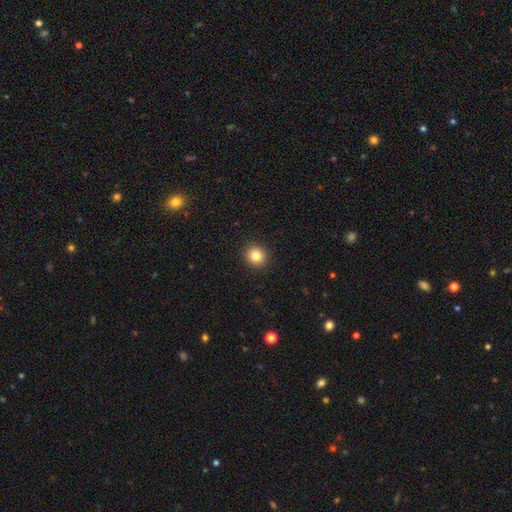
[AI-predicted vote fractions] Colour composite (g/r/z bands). It shows a smooth galaxy with no disk features (83%) that is round (91%). Merging: none (92%).